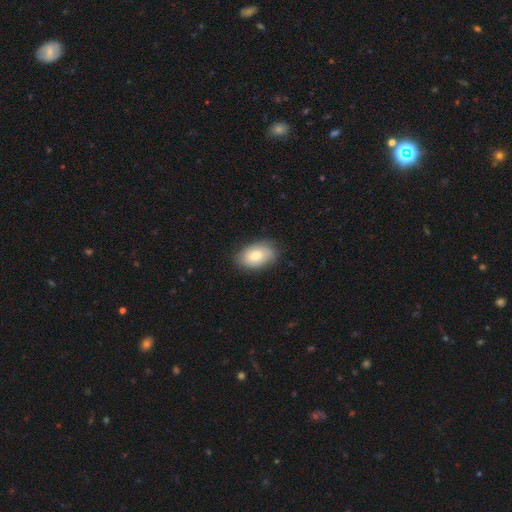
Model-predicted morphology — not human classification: smooth-or-featured: smooth: 80% | featured or disk: 13% | star or artifact: 6%
  how-rounded: in between: 91% | round: 8% | cigar-shaped: 1%
  merging: none: 82% | minor disturbance: 14% | major disturbance: 3% | merger: 1%